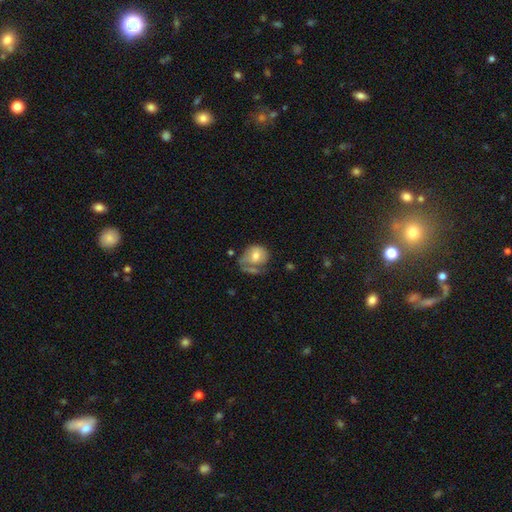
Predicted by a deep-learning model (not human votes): This appears to be a smooth galaxy with no disk features (62%) that is round (63%). Merging: none (35%).